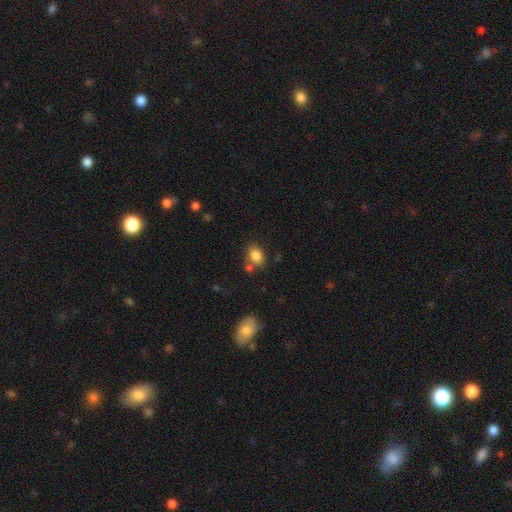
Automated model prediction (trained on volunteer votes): Smooth or featured?
  - smooth: 84% *
  - star or artifact: 10%
  - featured or disk: 7%
How rounded?
  - in between: 69% *
  - round: 30%
  - cigar-shaped: 1%
Merging?
  - none: 63% *
  - merger: 18%
  - minor disturbance: 15%
  - major disturbance: 5%